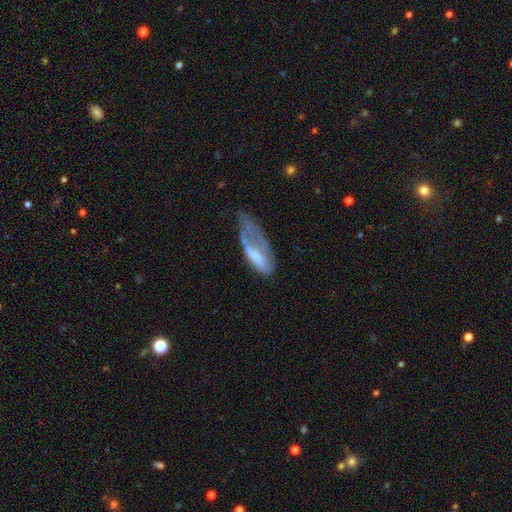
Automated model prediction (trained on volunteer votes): Overall: smooth (54%; featured or disk 39%). How rounded: in between (67%; cigar-shaped 31%). Merging: major disturbance (54%; minor disturbance 24%).